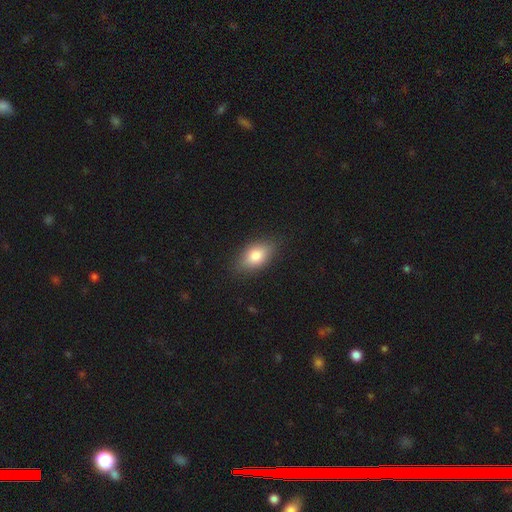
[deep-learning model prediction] Smooth or featured: smooth — 80% (featured or disk — 12%)
How rounded: in between — 88% (round — 8%)
Merging: none — 83% (minor disturbance — 13%)